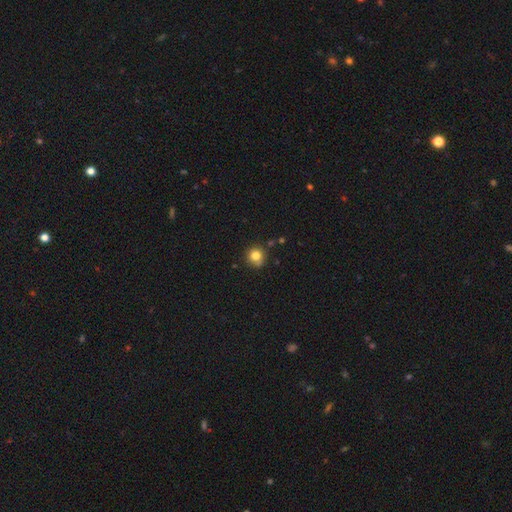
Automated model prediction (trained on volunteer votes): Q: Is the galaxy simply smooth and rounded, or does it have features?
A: smooth — 80%.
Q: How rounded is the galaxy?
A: round — 91%.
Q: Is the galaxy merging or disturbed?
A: none — 78%.